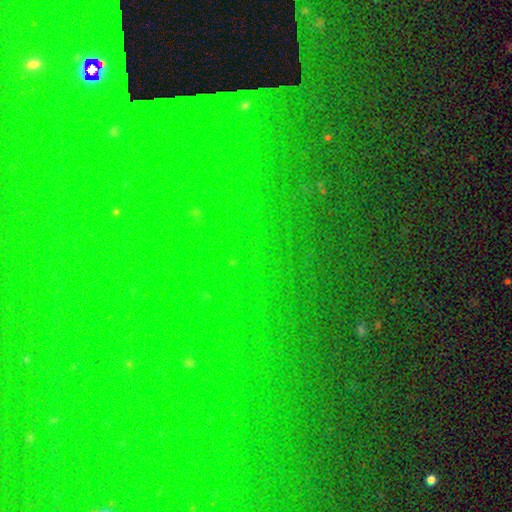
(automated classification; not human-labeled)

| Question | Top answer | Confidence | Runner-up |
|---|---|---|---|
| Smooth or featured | star or artifact | 81% | smooth (10%) |